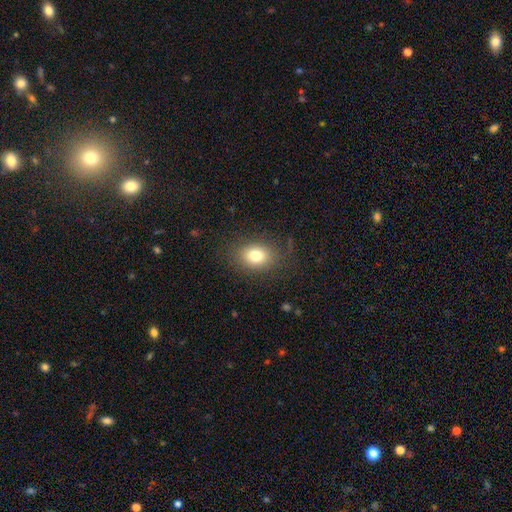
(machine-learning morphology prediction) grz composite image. It shows a smooth galaxy with no disk features (78%) that is in between round and cigar-shaped (59%). Merging: none (83%).